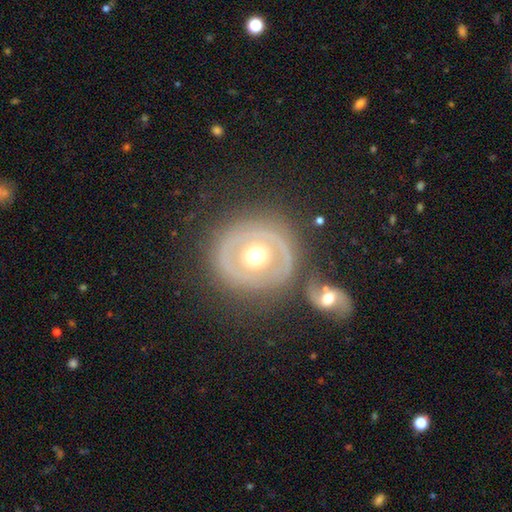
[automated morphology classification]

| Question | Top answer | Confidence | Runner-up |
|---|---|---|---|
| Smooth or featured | featured or disk | 66% | smooth (28%) |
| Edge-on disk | no | 95% | yes (5%) |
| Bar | no | 79% | weak (14%) |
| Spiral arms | no | 62% | yes (38%) |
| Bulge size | moderate | 78% | large (12%) |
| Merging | none | 60% | merger (19%) |